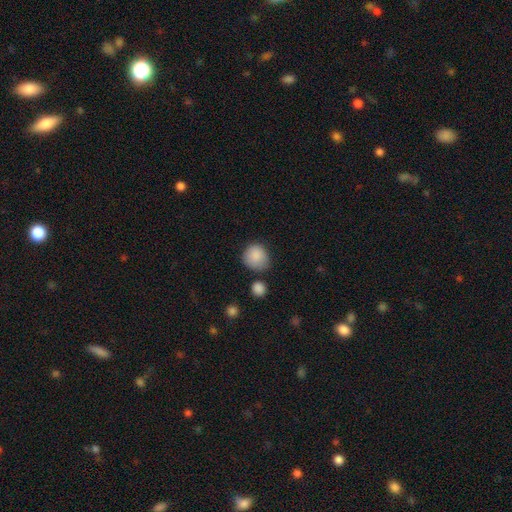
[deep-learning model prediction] The model was most divided on "merging": none: 67%, minor disturbance: 22%, merger: 6%, major disturbance: 5%. More confident: smooth or featured — smooth (87%); how rounded — round (85%).